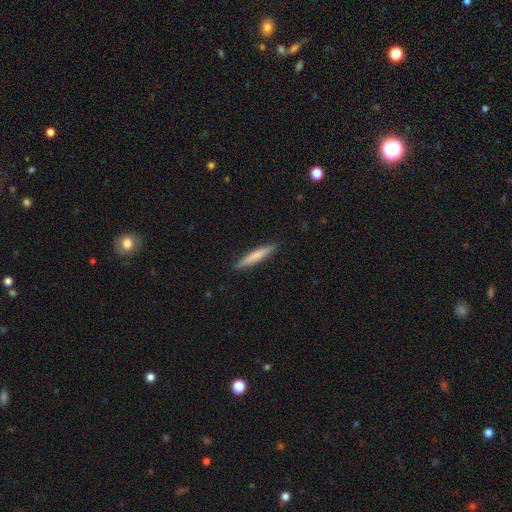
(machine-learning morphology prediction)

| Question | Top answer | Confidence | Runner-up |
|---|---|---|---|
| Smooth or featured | smooth | 70% | featured or disk (25%) |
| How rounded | cigar-shaped | 93% | in between (5%) |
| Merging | none | 91% | minor disturbance (6%) |